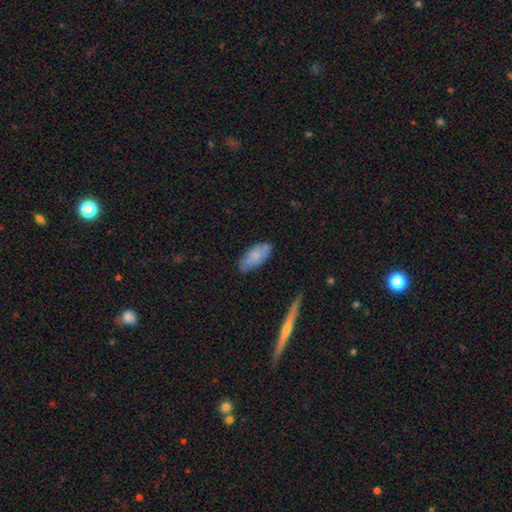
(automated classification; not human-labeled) A smooth galaxy with no disk features (76%) that is in between round and cigar-shaped (86%).

Vote fractions:
- Smooth or featured? smooth: 76% / featured or disk: 17% / star or artifact: 7%
- How rounded? in between: 86% / cigar-shaped: 12% / round: 2%
- Merging? none: 71% / minor disturbance: 21% / major disturbance: 4% / merger: 4%